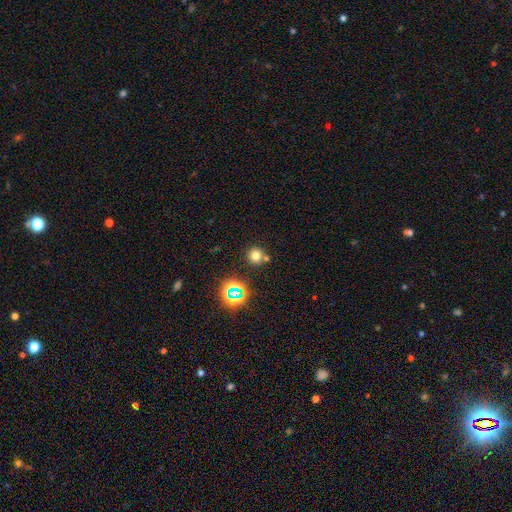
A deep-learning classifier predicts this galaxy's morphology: The model was most divided on "smooth or featured": smooth: 70%, star or artifact: 21%, featured or disk: 8%. More confident: how rounded — round (92%); merging — none (74%).